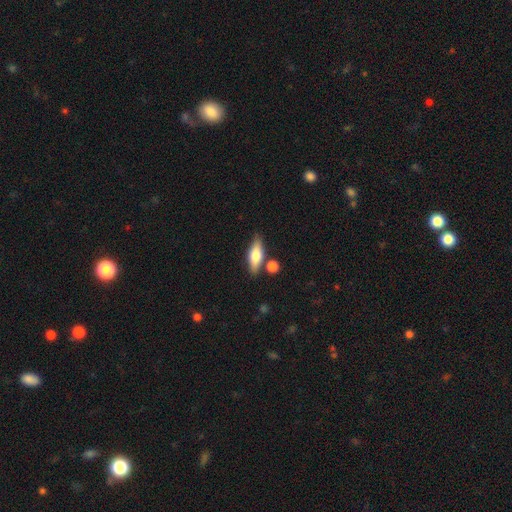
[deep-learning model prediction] Smooth or featured?
  - smooth: 63% *
  - featured or disk: 31%
  - star or artifact: 7%
How rounded?
  - in between: 61% *
  - cigar-shaped: 35%
  - round: 4%
Merging?
  - none: 76% *
  - minor disturbance: 12%
  - merger: 10%
  - major disturbance: 3%